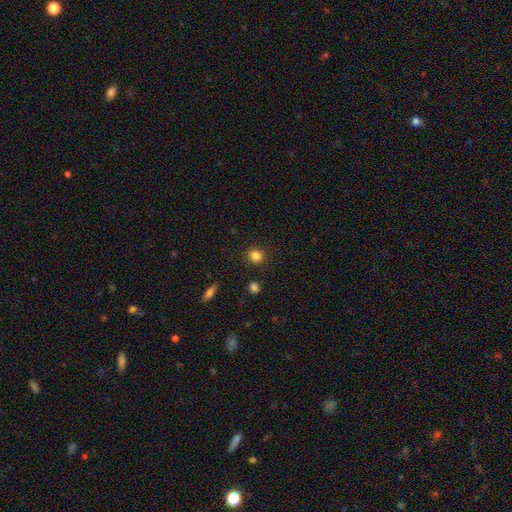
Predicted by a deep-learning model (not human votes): smooth_or_featured: smooth (p=0.84) [alt: star or artifact p=0.12]
how_rounded: round (p=0.89) [alt: in between p=0.10]
merging: none (p=0.89) [alt: minor disturbance p=0.07]